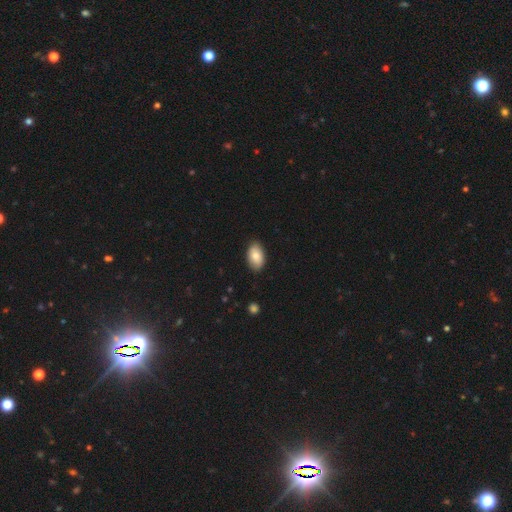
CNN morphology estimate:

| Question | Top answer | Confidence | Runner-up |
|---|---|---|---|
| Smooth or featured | smooth | 78% | featured or disk (15%) |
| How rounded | in between | 93% | round (6%) |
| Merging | none | 85% | minor disturbance (12%) |